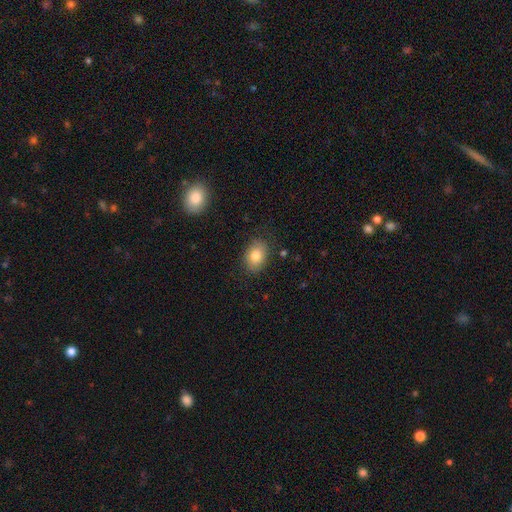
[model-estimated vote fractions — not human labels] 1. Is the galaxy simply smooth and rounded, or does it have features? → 81% smooth, 10% featured or disk, 8% star or artifact.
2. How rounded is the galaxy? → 75% in between, 24% round, 1% cigar-shaped.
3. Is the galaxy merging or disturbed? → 83% none, 12% minor disturbance, 3% major disturbance, 1% merger.